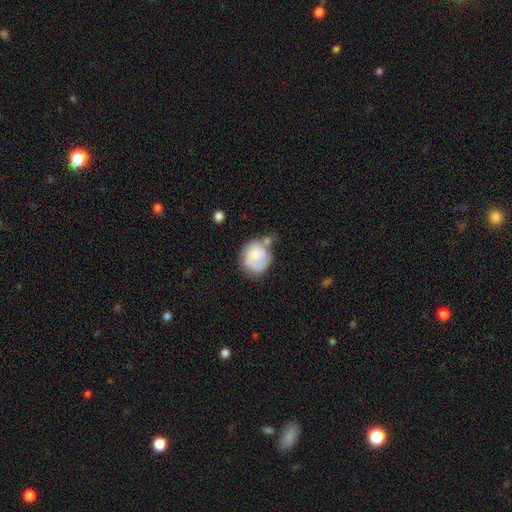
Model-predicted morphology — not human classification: Smooth or featured? smooth (57%)
How rounded? round (70%)
Merging? none (41%)